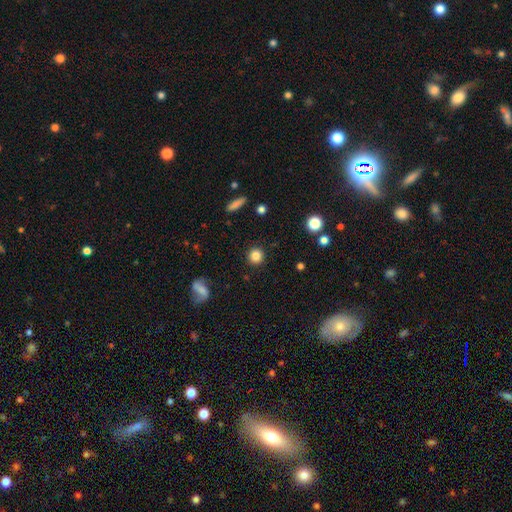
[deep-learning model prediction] A smooth galaxy with no disk features (83%) that is round (92%). Merging: none (91%).